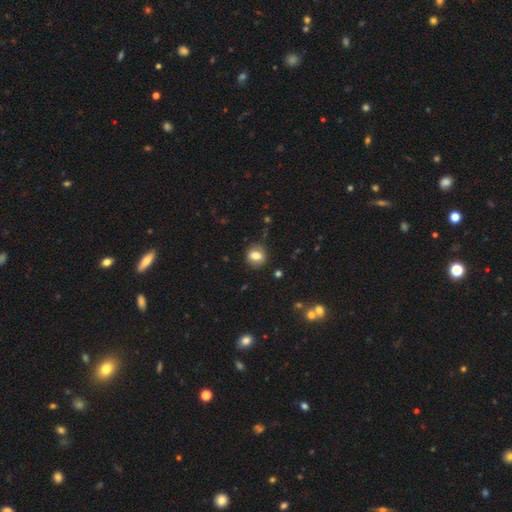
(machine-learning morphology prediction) Q: Smooth or featured?
A: smooth (78%); runner-up: featured or disk (12%)
Q: How rounded?
A: round (63%); runner-up: in between (36%)
Q: Merging?
A: none (79%); runner-up: minor disturbance (15%)